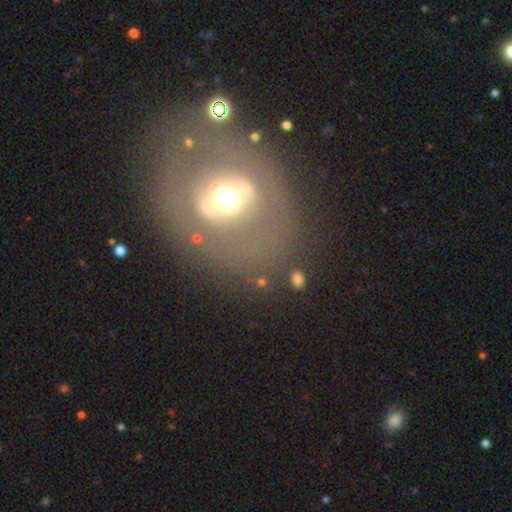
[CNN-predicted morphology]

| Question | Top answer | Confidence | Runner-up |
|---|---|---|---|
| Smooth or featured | featured or disk | 56% | smooth (33%) |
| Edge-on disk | no | 93% | yes (7%) |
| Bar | no | 58% | weak (26%) |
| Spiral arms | no | 83% | yes (17%) |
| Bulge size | moderate | 61% | large (22%) |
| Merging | none | 74% | minor disturbance (13%) |